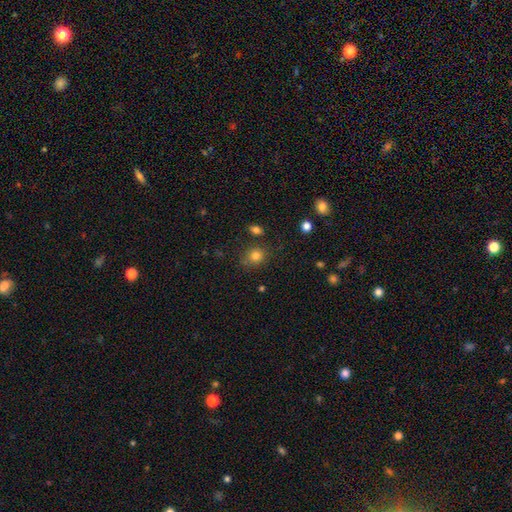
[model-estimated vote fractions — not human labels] smooth 81%, star or artifact 12%, featured or disk 7%. Down the decision tree: how rounded — round (68%); merging — none (73%).